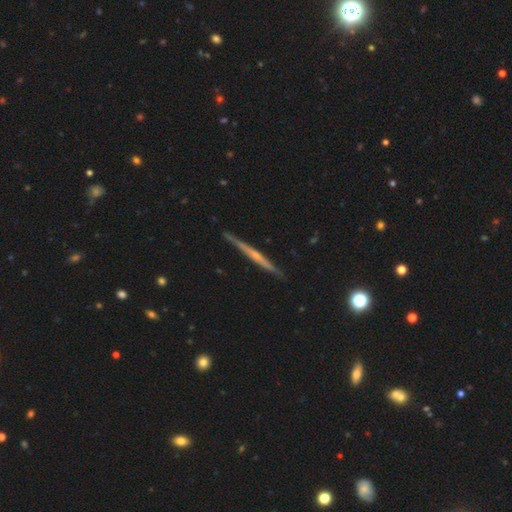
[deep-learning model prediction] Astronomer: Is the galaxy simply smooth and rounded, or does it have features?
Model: featured or disk — 66%.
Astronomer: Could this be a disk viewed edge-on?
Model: yes — 98%.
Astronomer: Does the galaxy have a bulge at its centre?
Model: none — 62%.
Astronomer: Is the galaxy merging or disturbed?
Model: none — 88%.